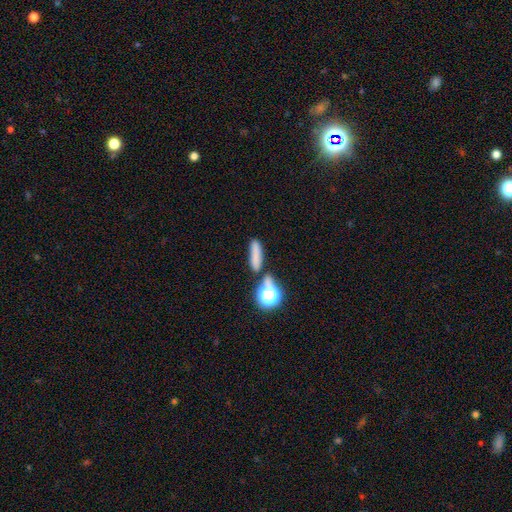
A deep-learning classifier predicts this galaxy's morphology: This is likely a smooth galaxy (73%). How rounded: possibly cigar-shaped (57%). Merging: likely none (65%).